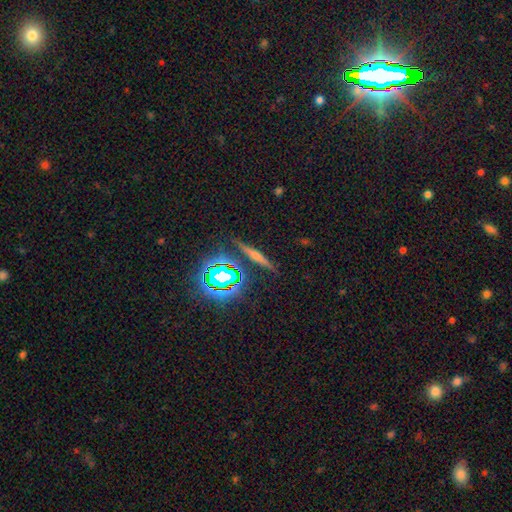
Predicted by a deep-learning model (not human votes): smooth_or_featured: smooth (p=0.41) [alt: featured or disk p=0.35]
merging: none (p=0.85) [alt: minor disturbance p=0.10]